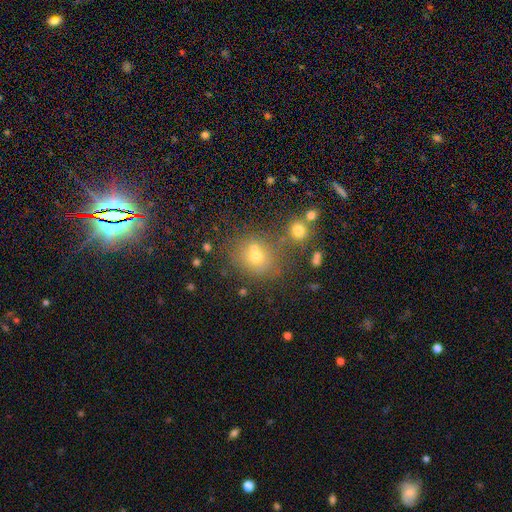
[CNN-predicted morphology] A smooth galaxy with no disk features (62%) that is round (76%).

Vote fractions:
- Smooth or featured? smooth: 62% / star or artifact: 21% / featured or disk: 17%
- How rounded? round: 76% / in between: 23% / cigar-shaped: 1%
- Merging? none: 56% / merger: 29% / minor disturbance: 10% / major disturbance: 5%